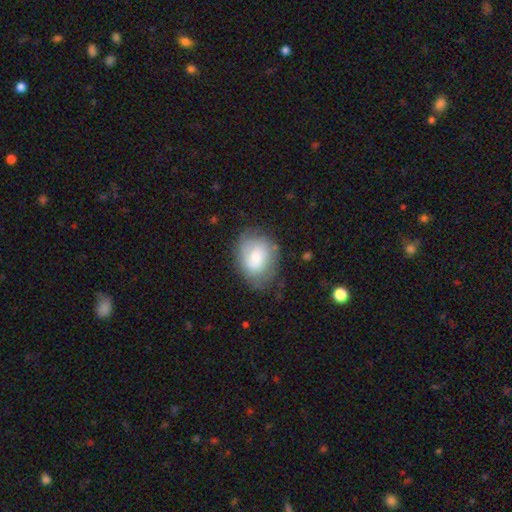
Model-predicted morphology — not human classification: smooth-or-featured: smooth: 64% | featured or disk: 28% | star or artifact: 8%
  how-rounded: in between: 66% | round: 33% | cigar-shaped: 1%
  merging: none: 66% | minor disturbance: 23% | major disturbance: 9% | merger: 2%